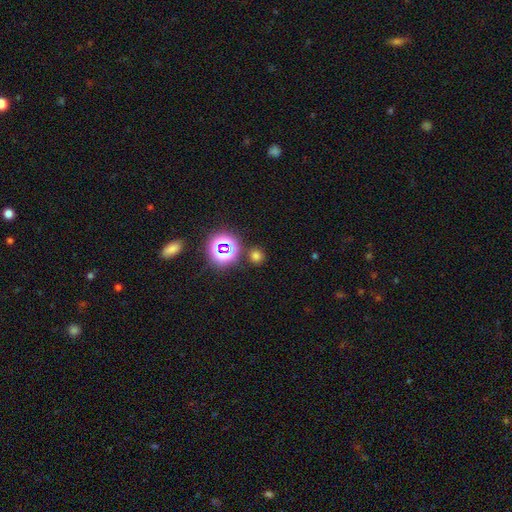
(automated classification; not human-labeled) Smooth or featured? smooth (66%)
How rounded? round (88%)
Merging? none (83%)